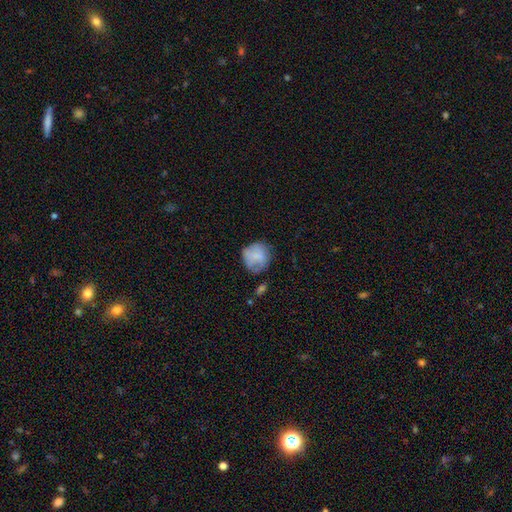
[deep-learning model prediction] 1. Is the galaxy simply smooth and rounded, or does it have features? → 72% smooth, 20% featured or disk, 8% star or artifact.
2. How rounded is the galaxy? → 80% round, 19% in between, 1% cigar-shaped.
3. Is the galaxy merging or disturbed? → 57% none, 27% minor disturbance, 12% major disturbance, 4% merger.